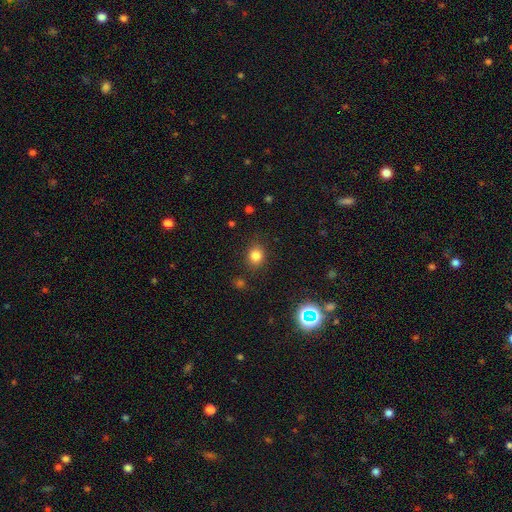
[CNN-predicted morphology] Smooth or featured: smooth — 81% (star or artifact — 14%)
How rounded: round — 67% (in between — 32%)
Merging: none — 84% (minor disturbance — 10%)